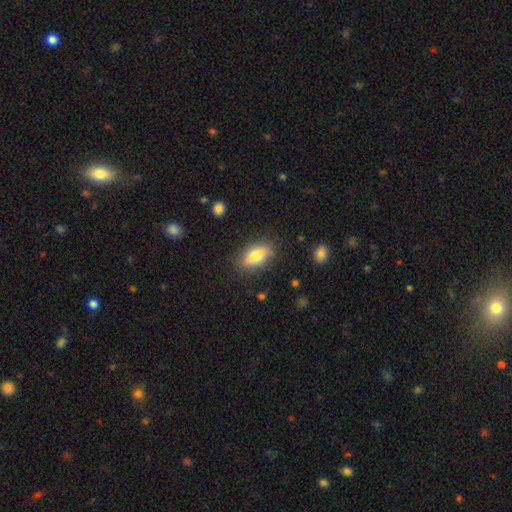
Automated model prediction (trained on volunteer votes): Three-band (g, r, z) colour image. It shows a smooth galaxy with no disk features (71%) that is in between round and cigar-shaped (68%). Merging: none (82%).